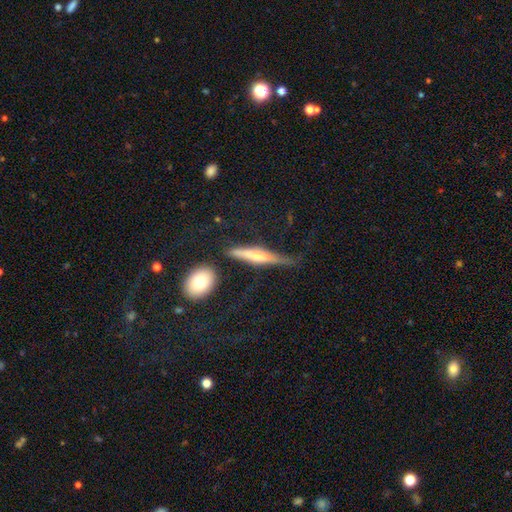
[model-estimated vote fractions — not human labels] Smooth or featured? featured or disk (52%)
Edge-on disk? yes (90%)
Merging? none (61%)